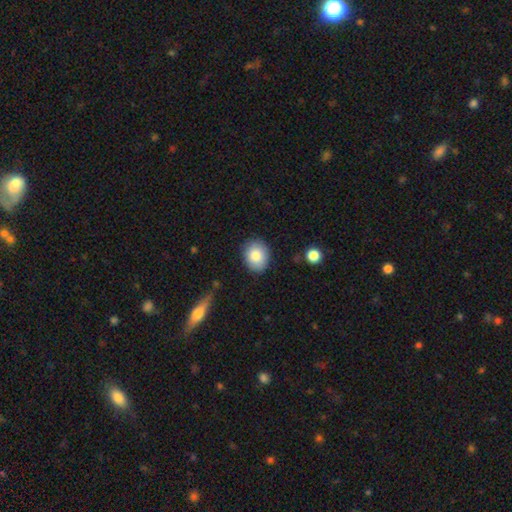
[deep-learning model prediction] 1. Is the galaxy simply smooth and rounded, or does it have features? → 83% smooth, 9% featured or disk, 7% star or artifact.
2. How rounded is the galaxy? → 58% round, 41% in between, 1% cigar-shaped.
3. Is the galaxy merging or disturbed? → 84% none, 12% minor disturbance, 2% major disturbance, 2% merger.